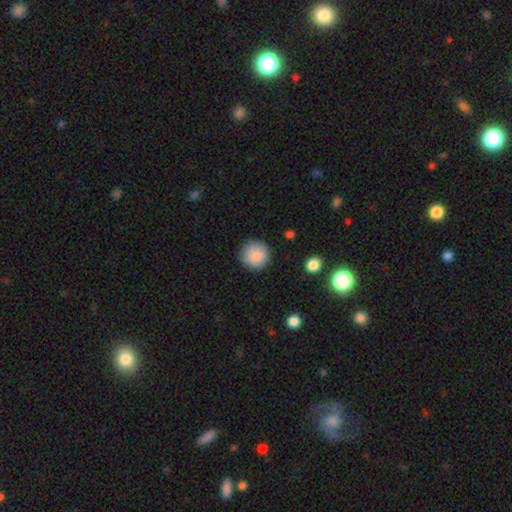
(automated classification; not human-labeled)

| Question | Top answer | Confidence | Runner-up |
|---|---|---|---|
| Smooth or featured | smooth | 88% | star or artifact (8%) |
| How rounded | round | 95% | in between (4%) |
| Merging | none | 90% | minor disturbance (7%) |